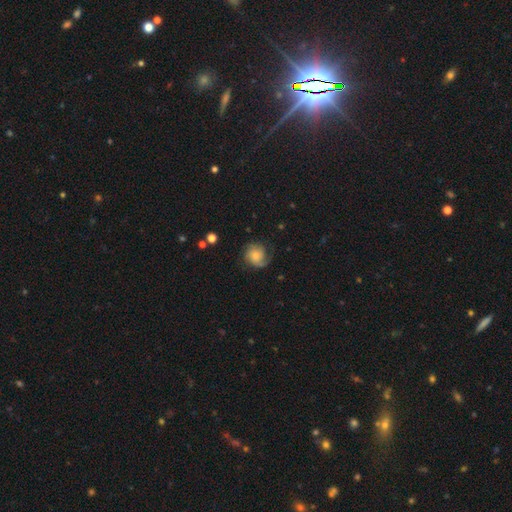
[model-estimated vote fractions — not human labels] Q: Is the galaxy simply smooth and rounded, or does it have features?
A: featured or disk — 55%.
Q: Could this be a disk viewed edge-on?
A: no — 98%.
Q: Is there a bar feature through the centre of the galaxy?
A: no — 76%.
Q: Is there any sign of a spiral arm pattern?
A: yes — 91%.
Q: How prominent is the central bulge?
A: small — 49%.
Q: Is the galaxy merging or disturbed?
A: none — 63%.